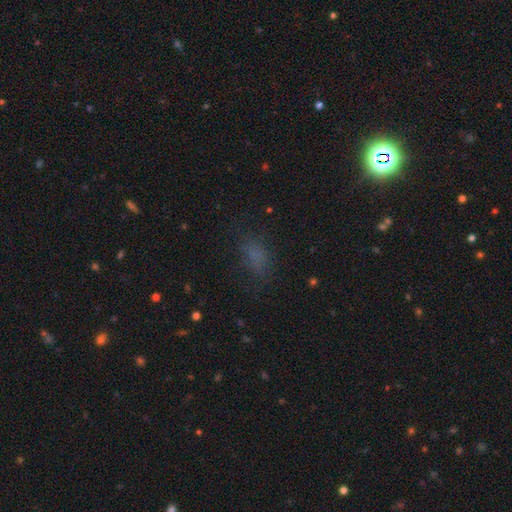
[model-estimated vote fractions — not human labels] smooth_or_featured: smooth (p=0.66) [alt: star or artifact p=0.23]
how_rounded: in between (p=0.79) [alt: round p=0.14]
merging: none (p=0.65) [alt: minor disturbance p=0.19]